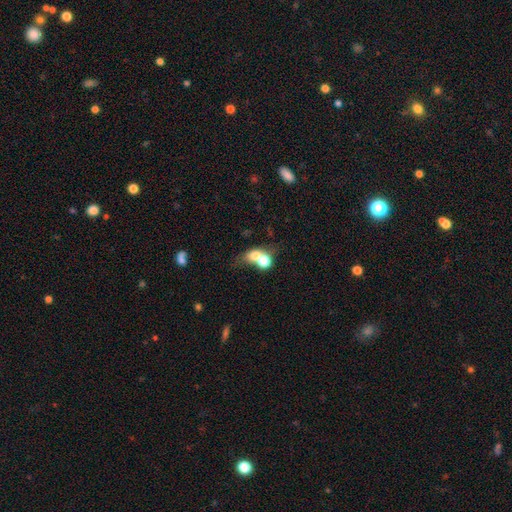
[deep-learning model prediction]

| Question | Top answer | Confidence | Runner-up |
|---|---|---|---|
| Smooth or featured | smooth | 66% | featured or disk (20%) |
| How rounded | round | 54% | in between (43%) |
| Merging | merger | 62% | none (22%) |